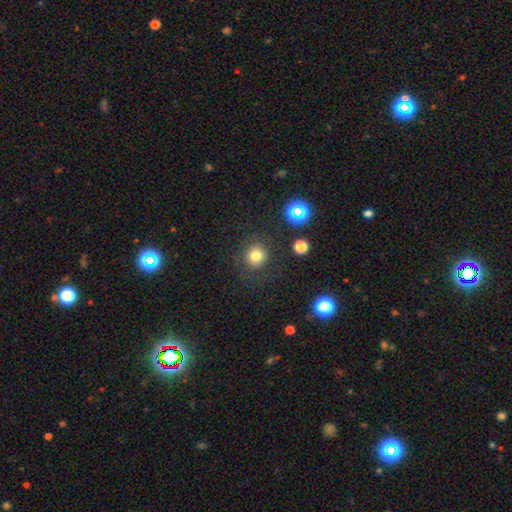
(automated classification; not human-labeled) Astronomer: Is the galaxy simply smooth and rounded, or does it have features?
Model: smooth — 78%.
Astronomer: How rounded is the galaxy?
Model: round — 87%.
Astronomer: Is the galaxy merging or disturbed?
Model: none — 82%.